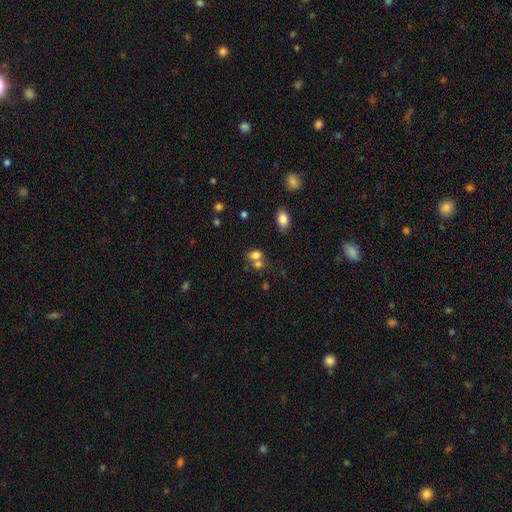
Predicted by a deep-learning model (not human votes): The model was most divided on "merging": merger: 49%, none: 37%, minor disturbance: 10%, major disturbance: 5%. More confident: smooth or featured — smooth (75%); how rounded — in between (58%).